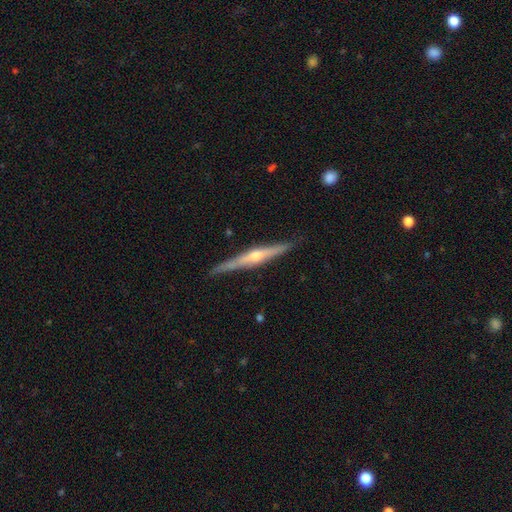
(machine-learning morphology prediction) Smooth or featured: featured or disk — 81% (smooth — 13%)
Edge-on disk: yes — 98% (no — 2%)
Edge-on bulge: rounded — 87% (none — 7%)
Merging: none — 89% (minor disturbance — 8%)